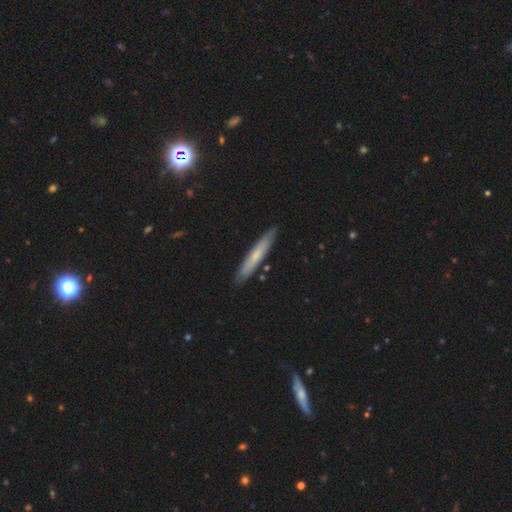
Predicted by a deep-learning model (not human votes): Smooth or featured? smooth (58%)
How rounded? cigar-shaped (94%)
Merging? none (88%)